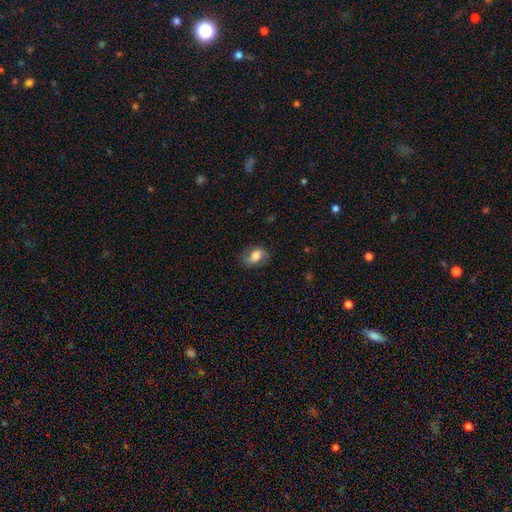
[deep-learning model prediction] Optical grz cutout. It shows a smooth galaxy with no disk features (70%) that is in between round and cigar-shaped (78%). Merging: none (72%).